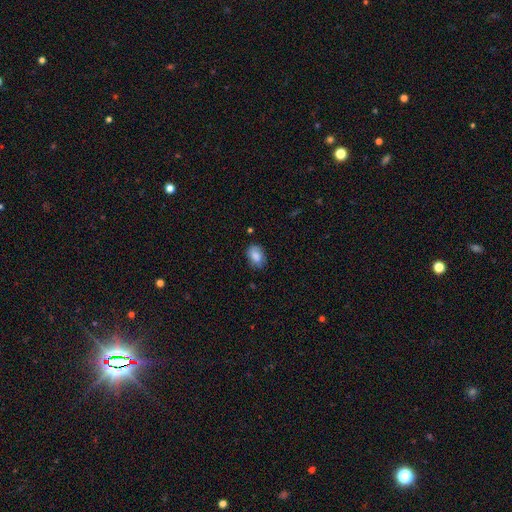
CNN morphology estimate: Smooth or featured? smooth (82%)
How rounded? in between (81%)
Merging? none (71%)